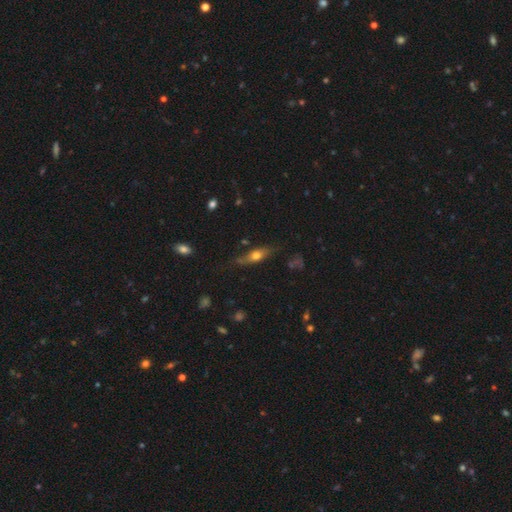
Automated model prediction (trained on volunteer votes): smooth 57%, featured or disk 35%, star or artifact 8%. Down the decision tree: how rounded — in between (52%); merging — none (67%).